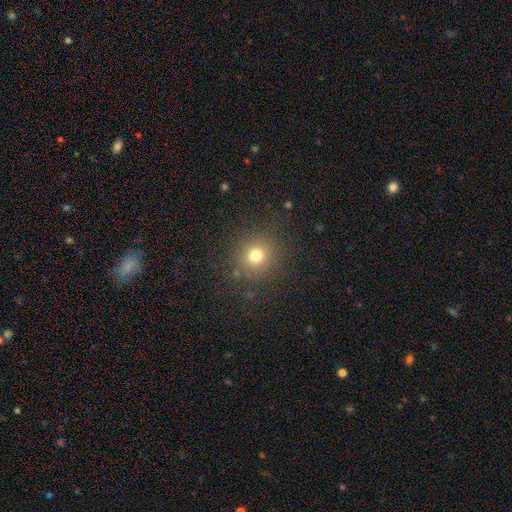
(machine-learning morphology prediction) Q: Smooth or featured?
A: smooth (74%); runner-up: star or artifact (18%)
Q: How rounded?
A: round (90%); runner-up: in between (9%)
Q: Merging?
A: none (86%); runner-up: minor disturbance (8%)